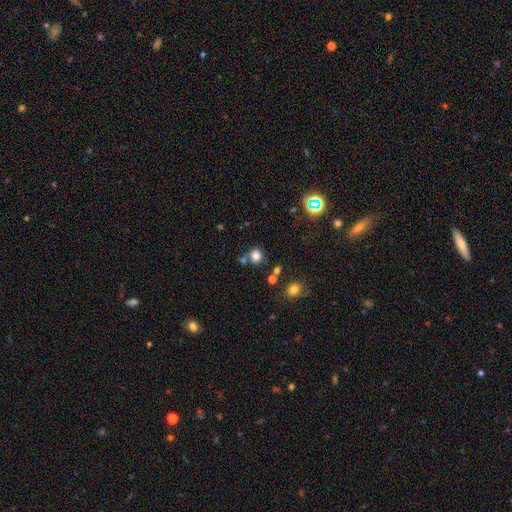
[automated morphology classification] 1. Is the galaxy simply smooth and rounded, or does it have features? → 78% smooth, 15% star or artifact, 7% featured or disk.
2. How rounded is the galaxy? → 80% round, 19% in between, 1% cigar-shaped.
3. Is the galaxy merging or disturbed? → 63% none, 21% merger, 11% minor disturbance, 5% major disturbance.